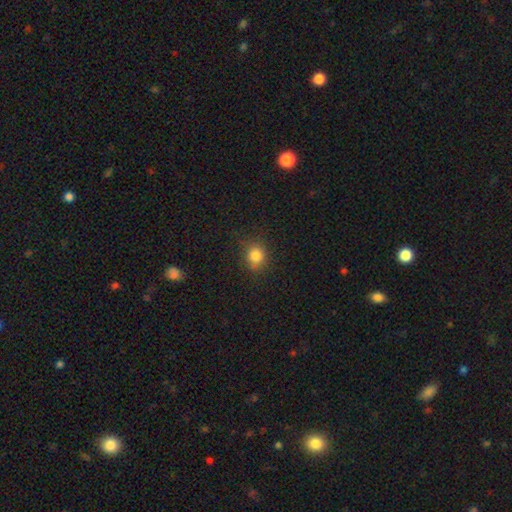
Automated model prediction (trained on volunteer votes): Q: Smooth or featured?
A: smooth (82%); runner-up: star or artifact (12%)
Q: How rounded?
A: round (76%); runner-up: in between (23%)
Q: Merging?
A: none (80%); runner-up: minor disturbance (15%)